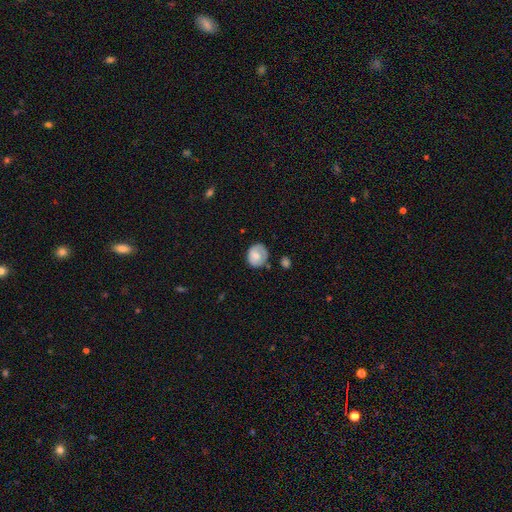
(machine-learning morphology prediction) smooth-or-featured: smooth: 66% | featured or disk: 27% | star or artifact: 7%
  how-rounded: round: 70% | in between: 29% | cigar-shaped: 1%
  merging: none: 63% | minor disturbance: 25% | major disturbance: 8% | merger: 4%